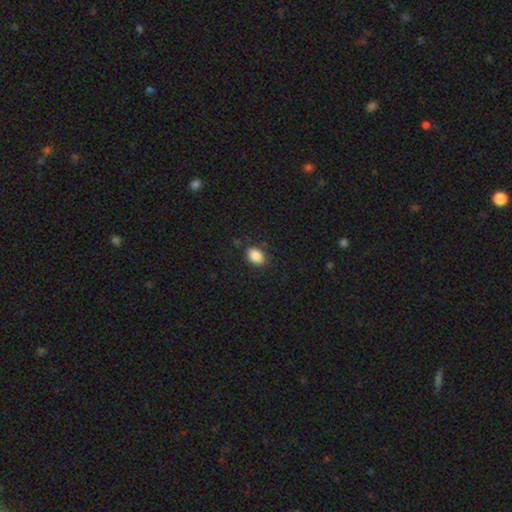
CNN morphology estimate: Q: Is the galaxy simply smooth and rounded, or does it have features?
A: smooth — 87%.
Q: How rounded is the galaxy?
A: in between — 80%.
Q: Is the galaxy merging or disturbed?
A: none — 82%.